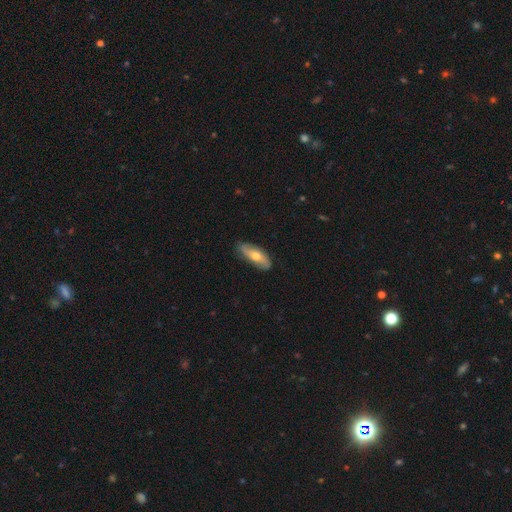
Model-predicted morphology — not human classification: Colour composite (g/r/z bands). It shows a smooth galaxy with no disk features (50%). Merging: none (81%).